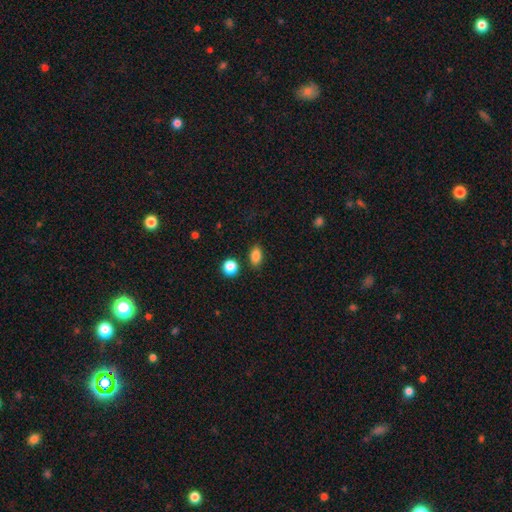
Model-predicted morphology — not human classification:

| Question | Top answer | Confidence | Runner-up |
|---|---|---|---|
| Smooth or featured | smooth | 85% | star or artifact (10%) |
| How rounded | in between | 81% | round (17%) |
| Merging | none | 84% | minor disturbance (10%) |